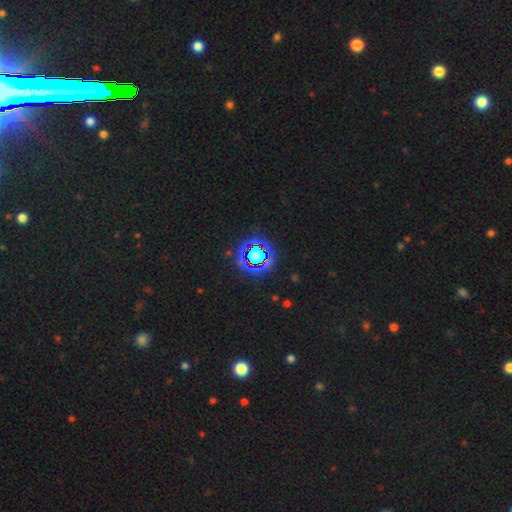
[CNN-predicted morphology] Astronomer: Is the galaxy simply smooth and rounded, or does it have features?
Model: star or artifact — 68%.